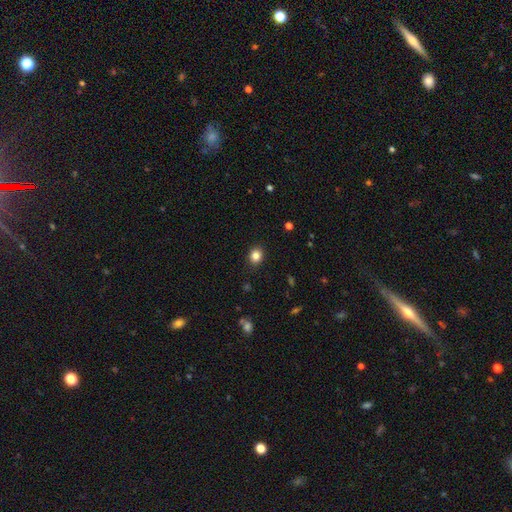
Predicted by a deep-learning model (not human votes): smooth_or_featured: smooth (p=0.84) [alt: star or artifact p=0.11]
how_rounded: round (p=0.60) [alt: in between p=0.40]
merging: none (p=0.88) [alt: minor disturbance p=0.09]